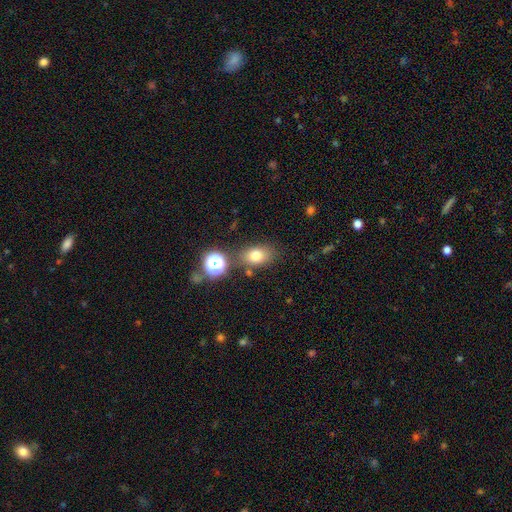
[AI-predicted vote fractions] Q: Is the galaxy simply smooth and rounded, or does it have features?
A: smooth — 75%.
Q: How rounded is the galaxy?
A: in between — 73%.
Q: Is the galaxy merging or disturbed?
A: none — 73%.